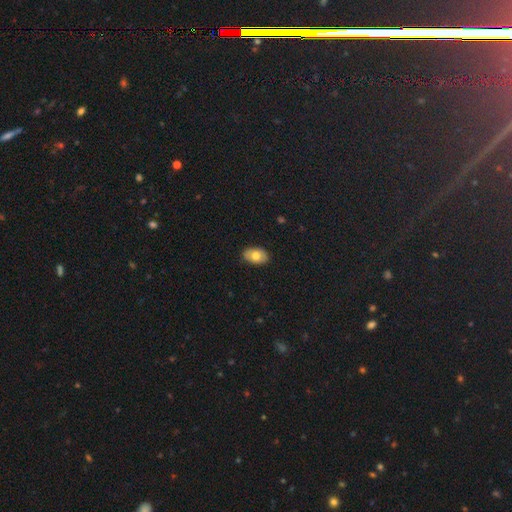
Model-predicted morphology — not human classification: This is likely a smooth galaxy (74%). How rounded: clearly in between (90%). Merging: clearly none (87%).